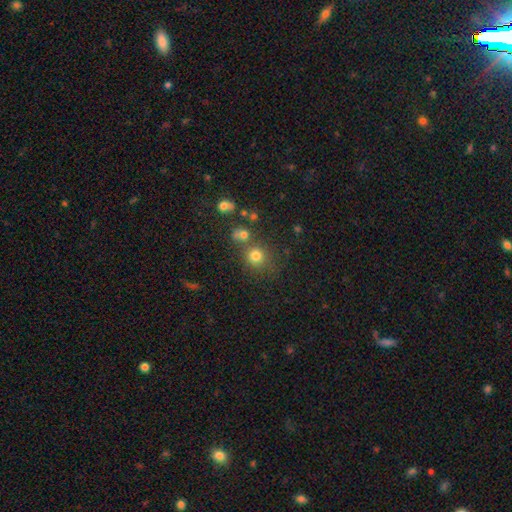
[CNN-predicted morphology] A smooth galaxy with no disk features (76%) that is round (88%). Merging: none (67%).